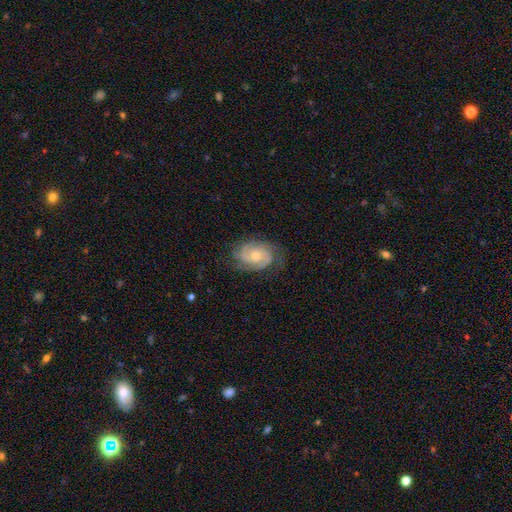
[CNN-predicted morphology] This appears to be a featured or disk galaxy (85%) with no bar (69%), 2 (45%) tight (57%) spiral arms (97%) and a small central bulge (48%). Merging: none (74%).